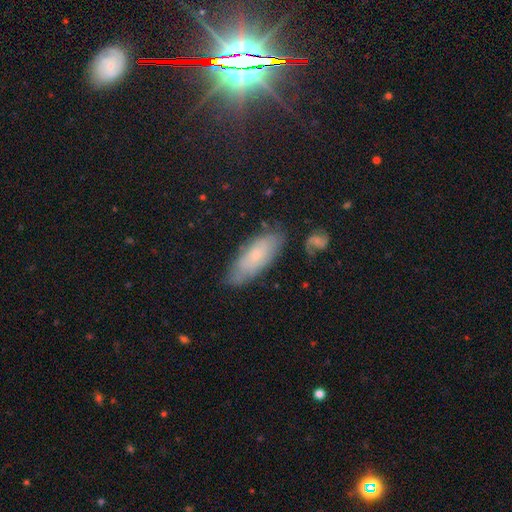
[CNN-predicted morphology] A smooth galaxy with no disk features (57%) that is in between round and cigar-shaped (70%).

Vote fractions:
- Smooth or featured? smooth: 57% / featured or disk: 34% / star or artifact: 10%
- How rounded? in between: 70% / cigar-shaped: 27% / round: 3%
- Merging? none: 68% / minor disturbance: 23% / major disturbance: 6% / merger: 3%